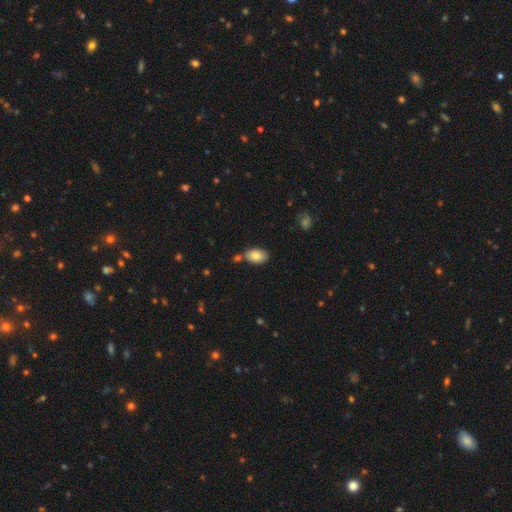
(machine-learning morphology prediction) type=smooth (84%); roundness=in between (92%); merging=none (72%).